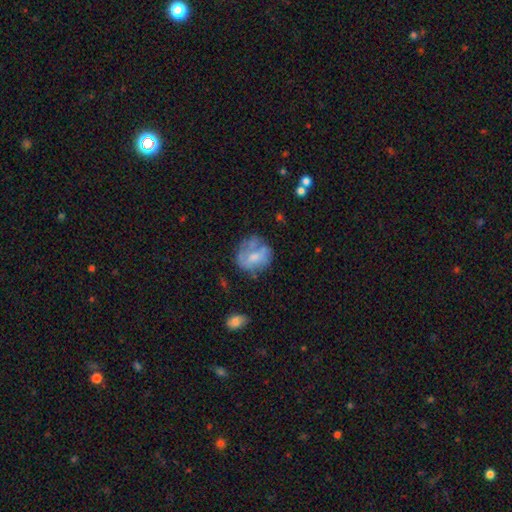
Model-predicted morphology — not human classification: Smooth or featured: smooth — 46% (featured or disk — 45%)
Merging: none — 49% (minor disturbance — 25%)